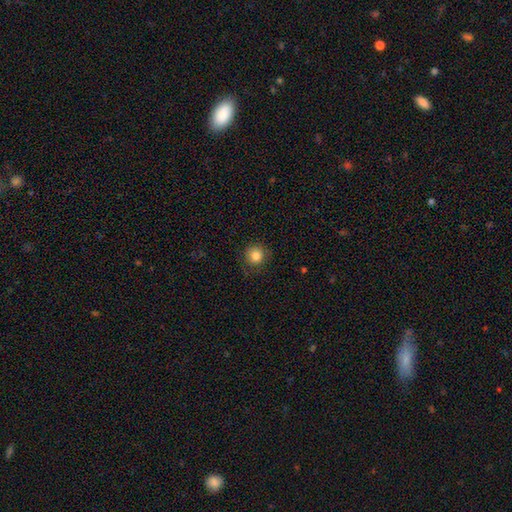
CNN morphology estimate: type=smooth (84%); roundness=round (93%); merging=none (86%).